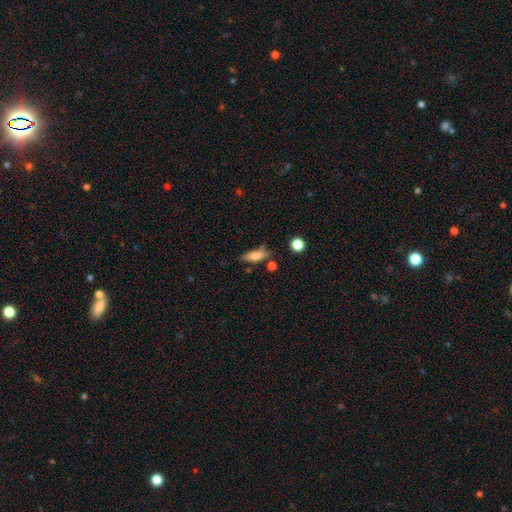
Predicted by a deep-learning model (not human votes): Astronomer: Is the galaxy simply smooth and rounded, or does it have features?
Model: smooth — 78%.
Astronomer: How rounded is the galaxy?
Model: in between — 62%.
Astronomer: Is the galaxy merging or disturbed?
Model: none — 59%.